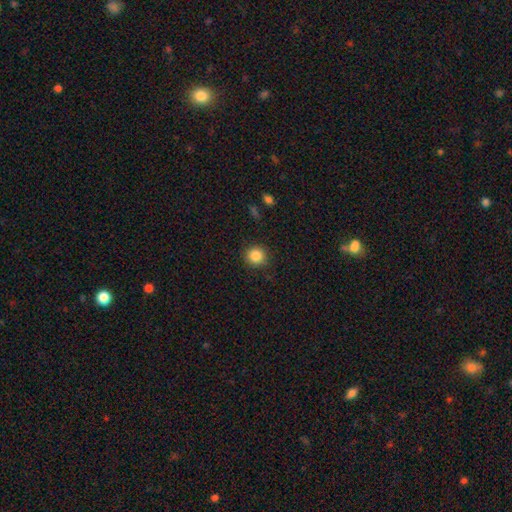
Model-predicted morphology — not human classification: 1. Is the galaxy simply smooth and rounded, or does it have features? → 85% smooth, 10% star or artifact, 4% featured or disk.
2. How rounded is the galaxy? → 92% round, 7% in between, 1% cigar-shaped.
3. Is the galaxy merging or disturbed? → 89% none, 7% minor disturbance, 2% major disturbance, 1% merger.